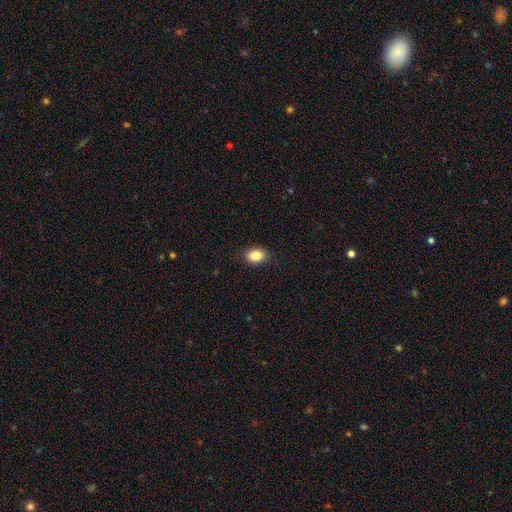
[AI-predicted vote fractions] A smooth galaxy with no disk features (85%) that is in between round and cigar-shaped (75%). Merging: none (89%).